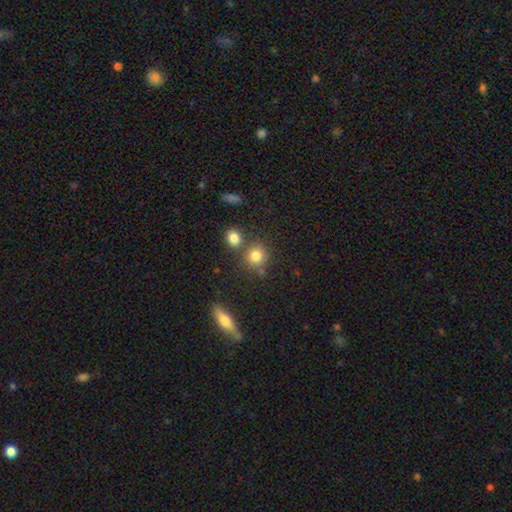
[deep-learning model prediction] A smooth galaxy with no disk features (80%) that is round (86%). Merging: none (67%).